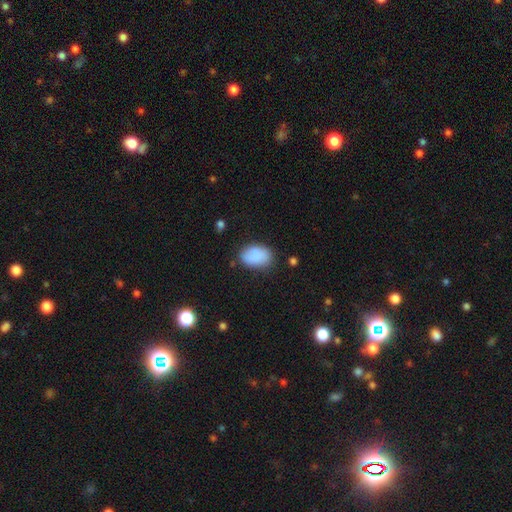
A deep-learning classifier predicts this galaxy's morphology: A smooth galaxy with no disk features (84%) that is in between round and cigar-shaped (87%). Merging: none (68%).